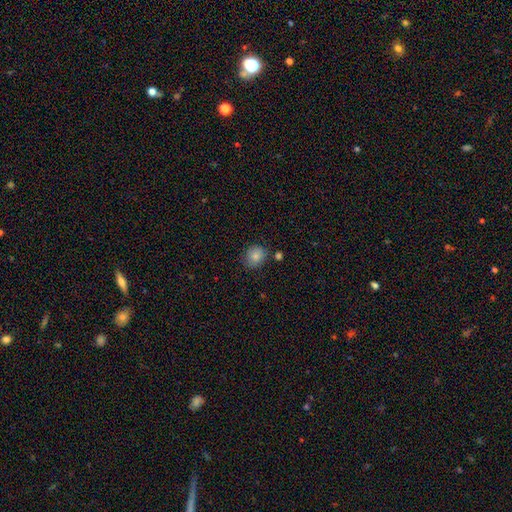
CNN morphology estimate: Smooth or featured?
  - smooth: 84% *
  - star or artifact: 9%
  - featured or disk: 7%
How rounded?
  - round: 73% *
  - in between: 26%
  - cigar-shaped: 1%
Merging?
  - none: 76% *
  - minor disturbance: 15%
  - merger: 5%
  - major disturbance: 3%